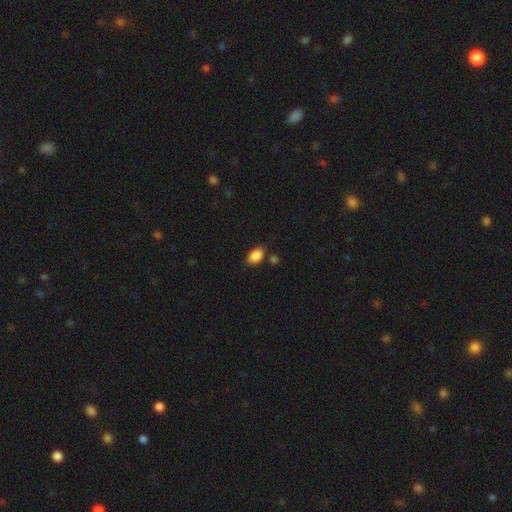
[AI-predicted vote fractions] A smooth galaxy with no disk features (88%) that is in between round and cigar-shaped (87%). Merging: none (77%).